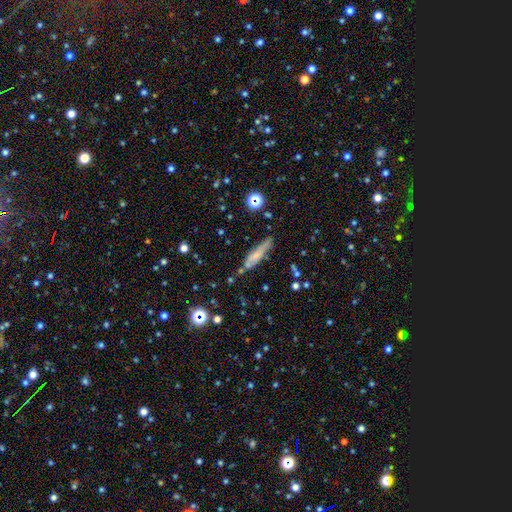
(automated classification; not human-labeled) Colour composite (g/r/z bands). It shows a smooth galaxy with no disk features (61%) that is cigar-shaped (78%). Merging: none (66%).